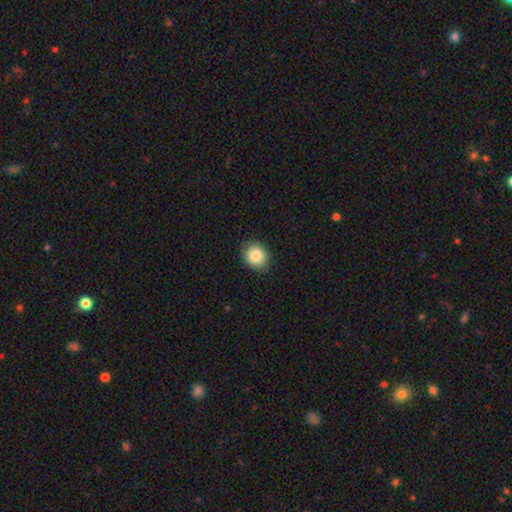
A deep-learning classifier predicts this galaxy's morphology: A smooth galaxy with no disk features (84%) that is round (68%). Merging: none (88%).